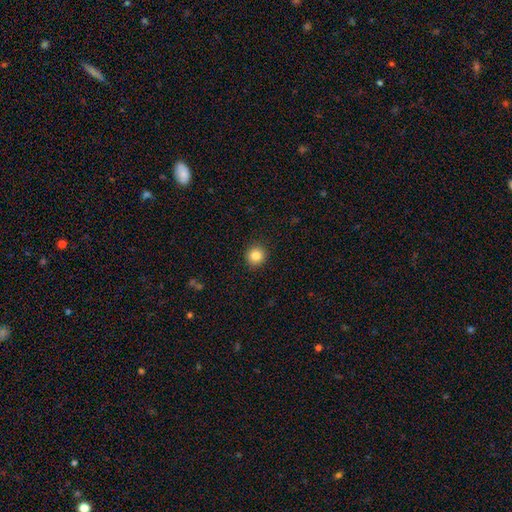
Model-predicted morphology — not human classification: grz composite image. It shows a smooth galaxy with no disk features (84%) that is round (92%). Merging: none (92%).